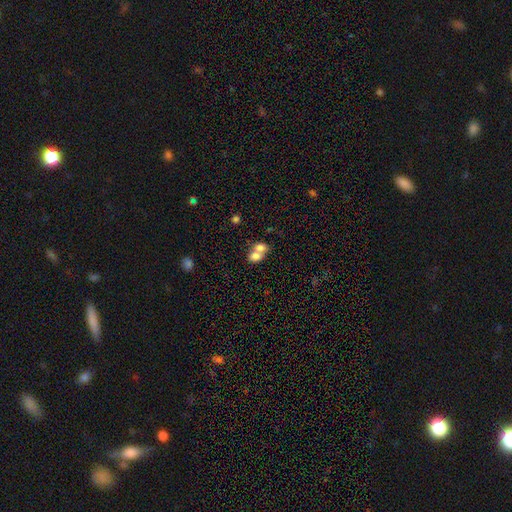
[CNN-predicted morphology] Smooth or featured? Predicted: smooth (p=0.74). How rounded? Predicted: in between (p=0.53). Merging? Predicted: merger (p=0.73).